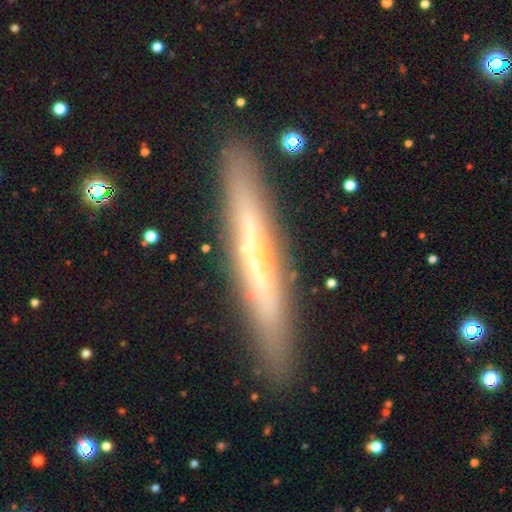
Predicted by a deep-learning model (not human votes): The model was most divided on "smooth or featured": featured or disk: 52%, smooth: 38%, star or artifact: 10%. More confident: edge-on disk — yes (90%); merging — none (88%).